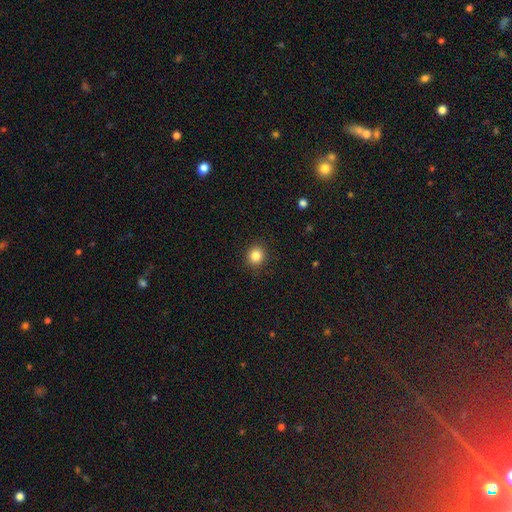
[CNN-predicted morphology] The model was most divided on "smooth or featured": smooth: 84%, star or artifact: 11%, featured or disk: 5%. More confident: merging — none (91%); how rounded — round (87%).